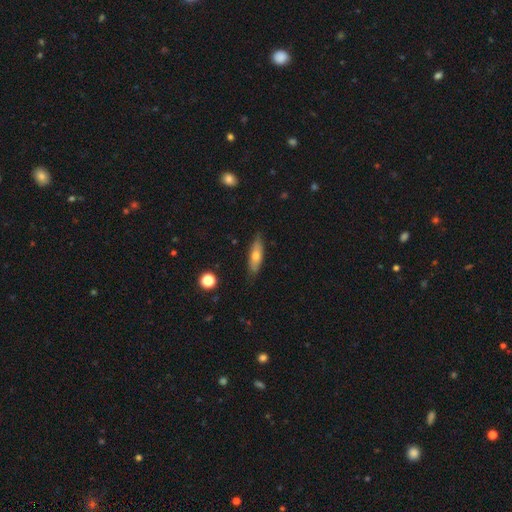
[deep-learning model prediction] Overall: smooth (58%; featured or disk 35%). How rounded: cigar-shaped (61%; in between 36%). Merging: none (83%).